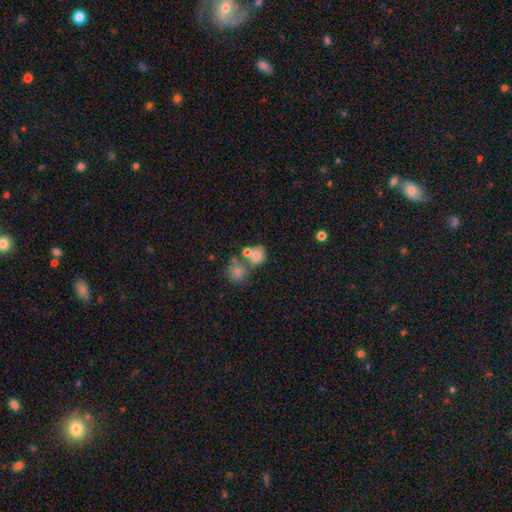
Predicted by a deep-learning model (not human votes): Morphology: type=smooth (73%); roundness=round (74%); merging=merger (45%).